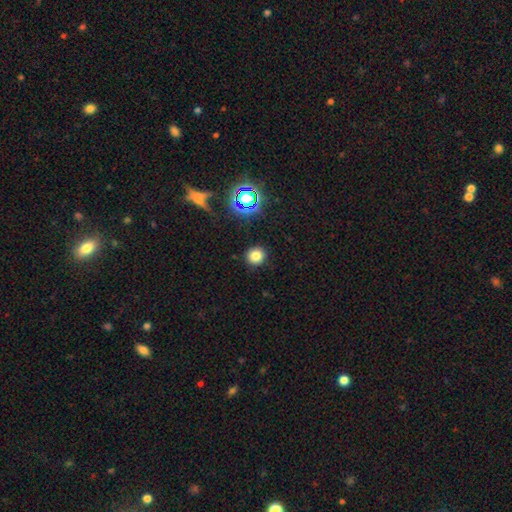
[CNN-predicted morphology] Q: Smooth or featured?
A: smooth (77%); runner-up: star or artifact (17%)
Q: How rounded?
A: round (89%); runner-up: in between (10%)
Q: Merging?
A: none (90%); runner-up: minor disturbance (6%)